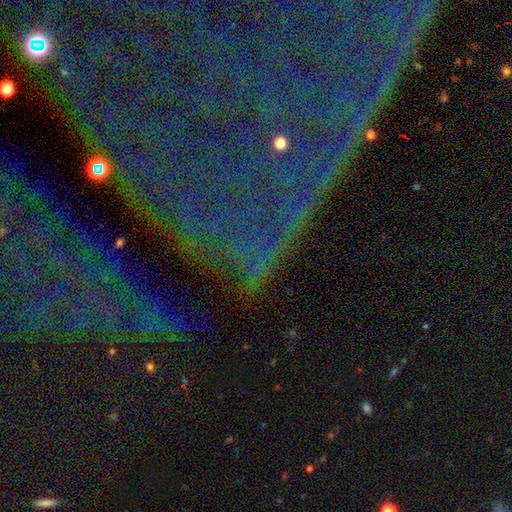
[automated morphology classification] Smooth or featured?
  - star or artifact: 80% *
  - featured or disk: 11%
  - smooth: 9%